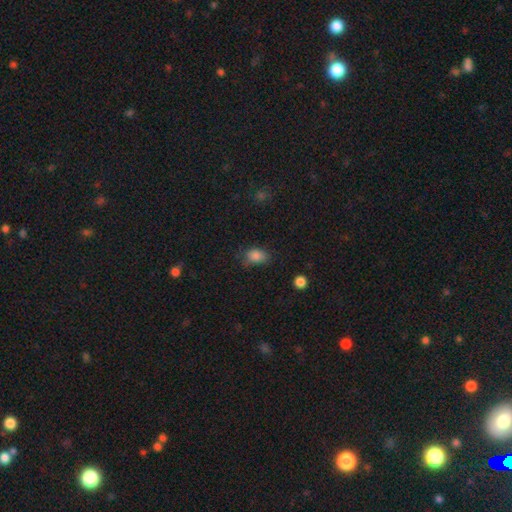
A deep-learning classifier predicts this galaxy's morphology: smooth 84%, star or artifact 11%, featured or disk 5%. Down the decision tree: how rounded — in between (80%); merging — none (65%).